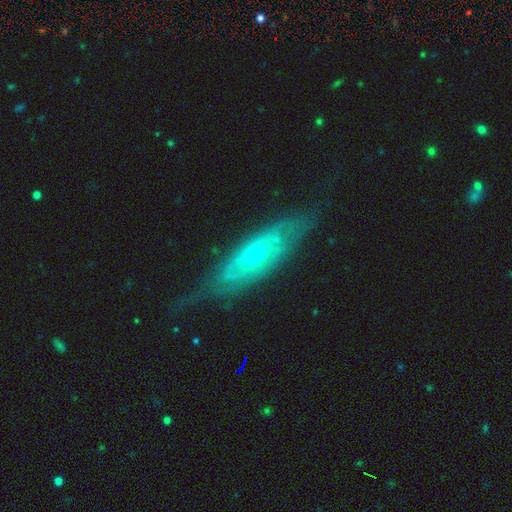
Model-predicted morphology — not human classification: Smooth or featured?
  - featured or disk: 75% *
  - smooth: 18%
  - star or artifact: 7%
Edge-on disk?
  - no: 73% *
  - yes: 27%
Bar?
  - no: 72% *
  - weak: 22%
  - strong: 5%
Spiral arms?
  - yes: 72% *
  - no: 28%
Bulge size?
  - small: 57% *
  - moderate: 39%
  - large: 2%
  - none: 1%
  - dominant: 1%
Merging?
  - none: 63% *
  - minor disturbance: 23%
  - major disturbance: 12%
  - merger: 2%